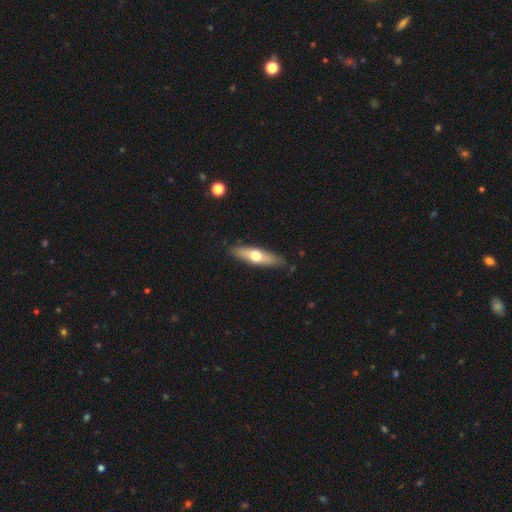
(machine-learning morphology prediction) This is possibly a smooth galaxy (50%). How rounded: likely cigar-shaped (67%). Merging: clearly none (85%).